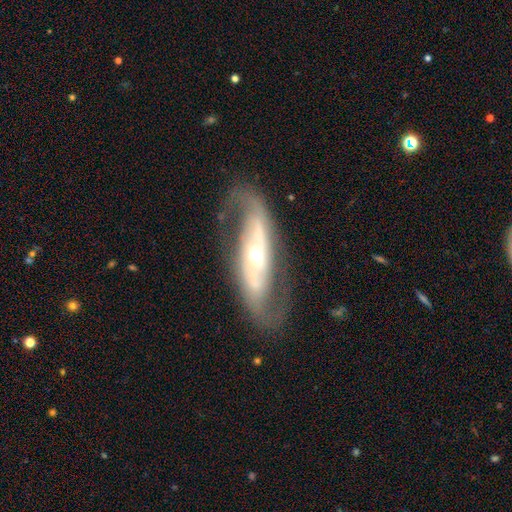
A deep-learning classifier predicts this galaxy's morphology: type=featured or disk (85%); edge-on=no (88%); bar=no (45%); spiral arms=yes (89%); winding=loose (43%); arm count=2 (87%); bulge=moderate (50%); merging=none (72%).